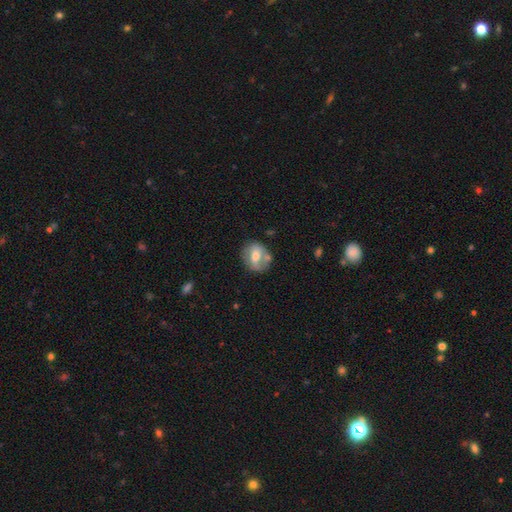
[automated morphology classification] Q: Smooth or featured?
A: smooth (53%); runner-up: featured or disk (39%)
Q: How rounded?
A: round (57%); runner-up: in between (41%)
Q: Merging?
A: none (58%); runner-up: minor disturbance (20%)